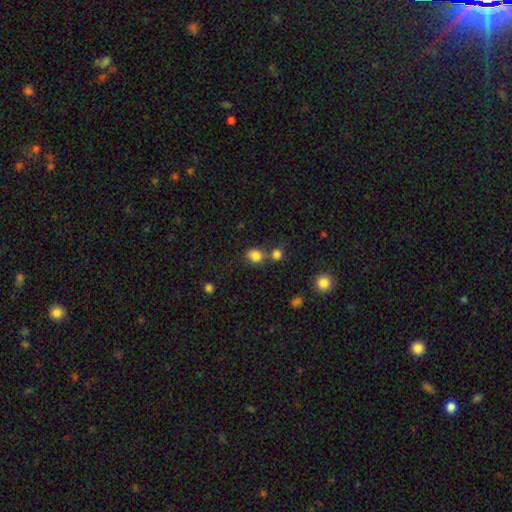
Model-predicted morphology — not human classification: Smooth or featured? smooth (83%)
How rounded? round (69%)
Merging? none (60%)